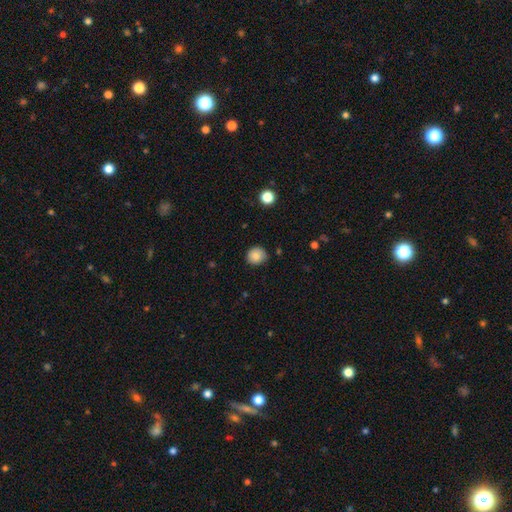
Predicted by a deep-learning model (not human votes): The model was most divided on "merging": none: 82%, minor disturbance: 14%, major disturbance: 2%, merger: 1%. More confident: how rounded — round (87%); smooth or featured — smooth (85%).